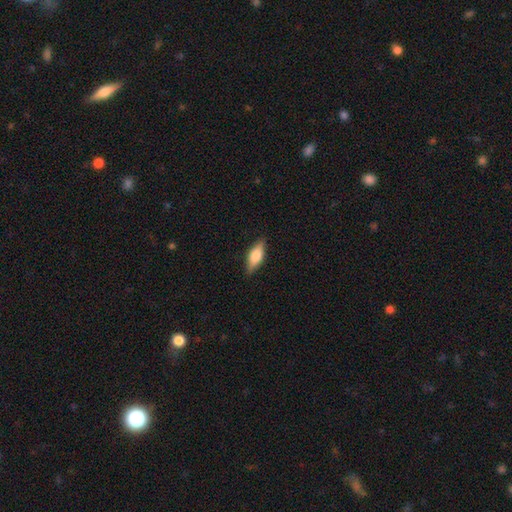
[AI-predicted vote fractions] This appears to be a smooth galaxy with no disk features (68%) that is in between round and cigar-shaped (73%). Merging: none (86%).